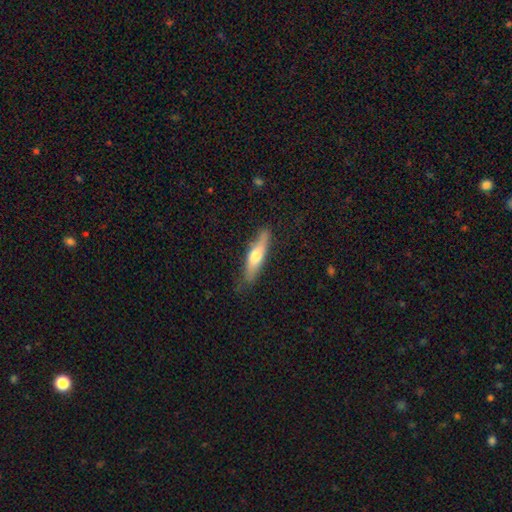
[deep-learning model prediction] Smooth or featured? smooth (56%)
How rounded? cigar-shaped (74%)
Merging? none (76%)